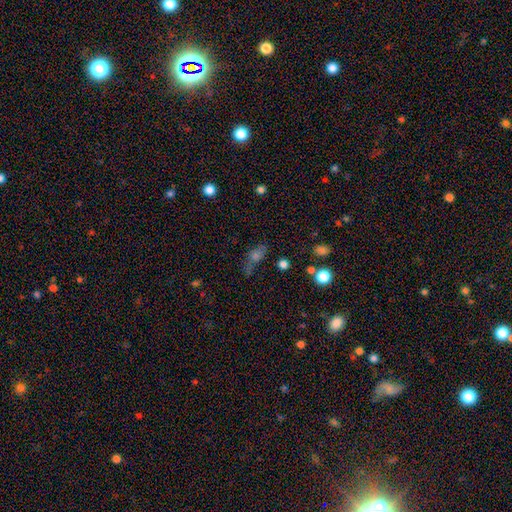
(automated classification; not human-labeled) Smooth or featured? smooth (51%)
How rounded? in between (62%)
Merging? none (53%)